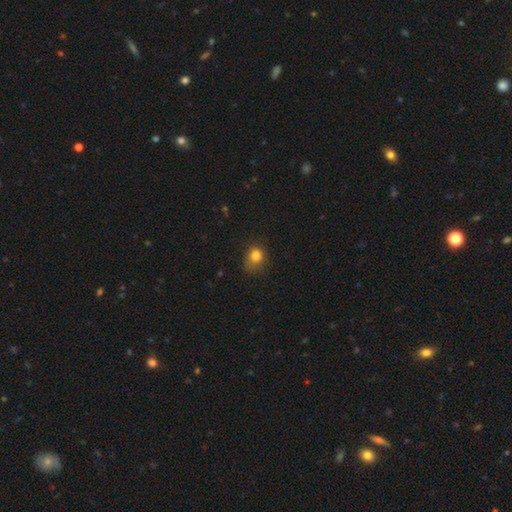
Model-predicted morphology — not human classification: Smooth or featured? smooth (80%)
How rounded? round (66%)
Merging? none (56%)